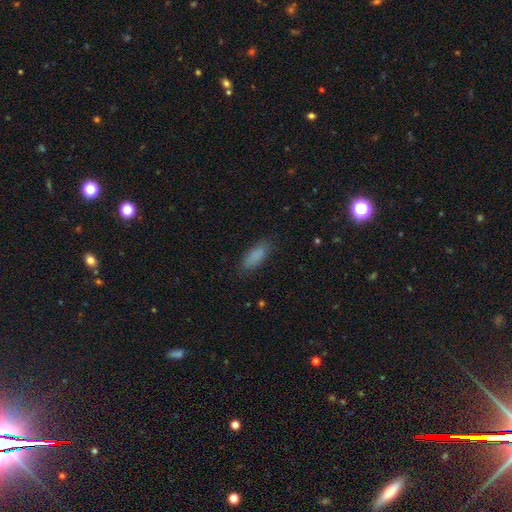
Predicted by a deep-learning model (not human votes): Q: Smooth or featured?
A: smooth (86%); runner-up: star or artifact (8%)
Q: How rounded?
A: in between (76%); runner-up: cigar-shaped (22%)
Q: Merging?
A: none (82%); runner-up: minor disturbance (13%)